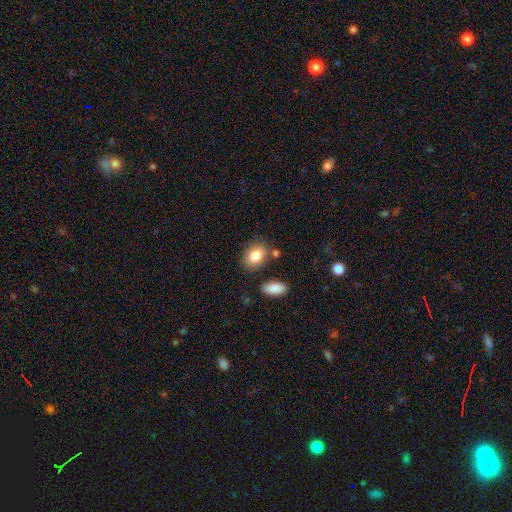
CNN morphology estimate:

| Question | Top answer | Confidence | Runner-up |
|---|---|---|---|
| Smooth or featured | smooth | 83% | featured or disk (9%) |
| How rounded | in between | 77% | round (22%) |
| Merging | none | 75% | minor disturbance (13%) |